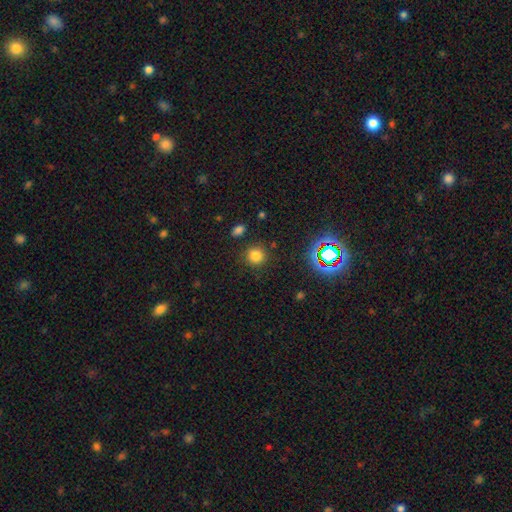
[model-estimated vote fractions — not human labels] smooth 77%, star or artifact 18%, featured or disk 6%. Down the decision tree: how rounded — round (91%); merging — none (87%).